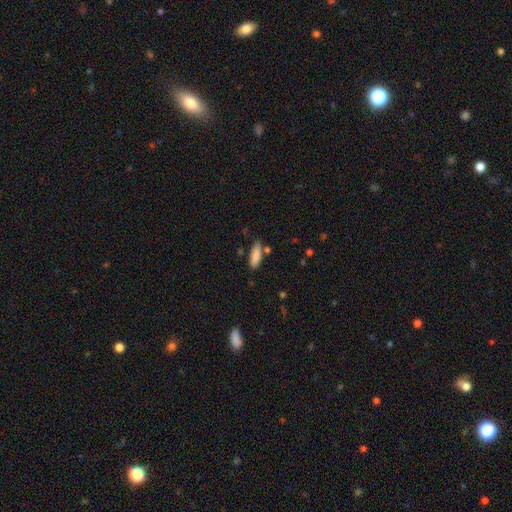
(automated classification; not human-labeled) Smooth or featured? smooth (87%)
How rounded? in between (52%)
Merging? none (76%)